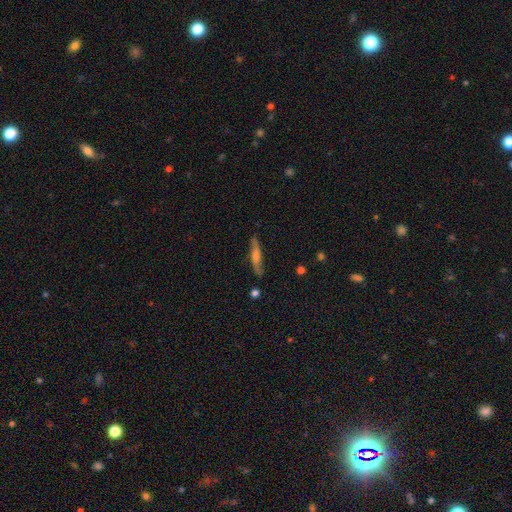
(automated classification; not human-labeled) Smooth or featured: featured or disk — 57% (smooth — 35%)
Edge-on disk: yes — 74% (no — 26%)
Merging: none — 79% (minor disturbance — 16%)